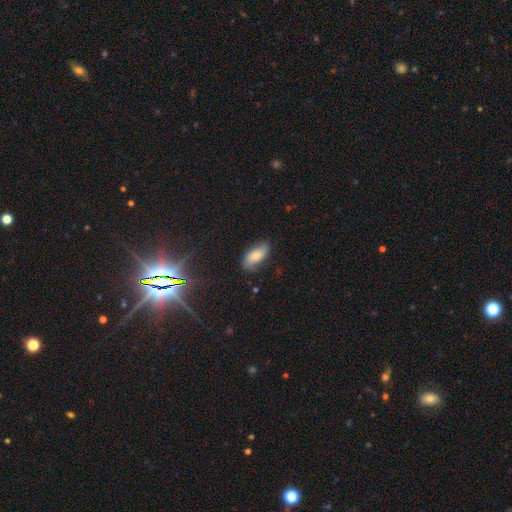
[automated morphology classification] A smooth galaxy with no disk features (65%) that is in between round and cigar-shaped (87%).

Vote fractions:
- Smooth or featured? smooth: 65% / featured or disk: 27% / star or artifact: 8%
- How rounded? in between: 87% / cigar-shaped: 10% / round: 3%
- Merging? none: 73% / minor disturbance: 21% / major disturbance: 4% / merger: 2%